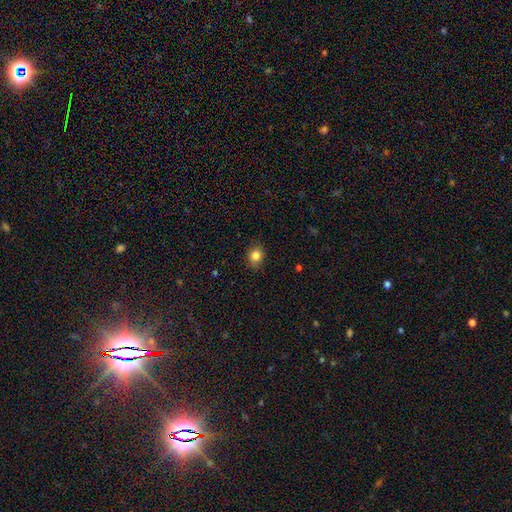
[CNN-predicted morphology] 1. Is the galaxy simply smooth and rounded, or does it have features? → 84% smooth, 10% star or artifact, 6% featured or disk.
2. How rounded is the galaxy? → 54% round, 45% in between, 1% cigar-shaped.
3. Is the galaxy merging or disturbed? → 85% none, 11% minor disturbance, 3% major disturbance, 1% merger.